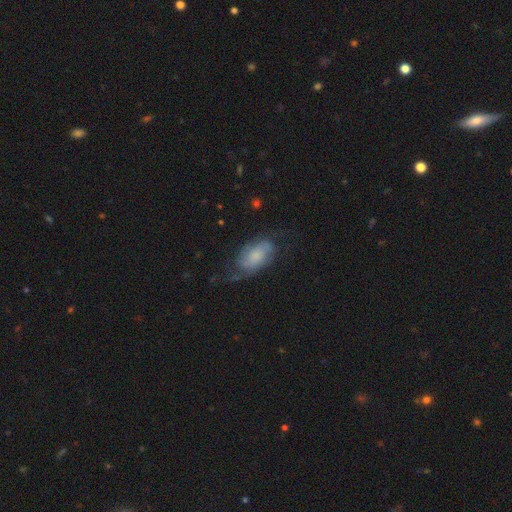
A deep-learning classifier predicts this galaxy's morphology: Smooth or featured? featured or disk (54%)
Edge-on disk? no (94%)
Bar? no (73%)
Spiral arms? yes (84%)
Bulge size? small (38%)
Merging? none (52%)